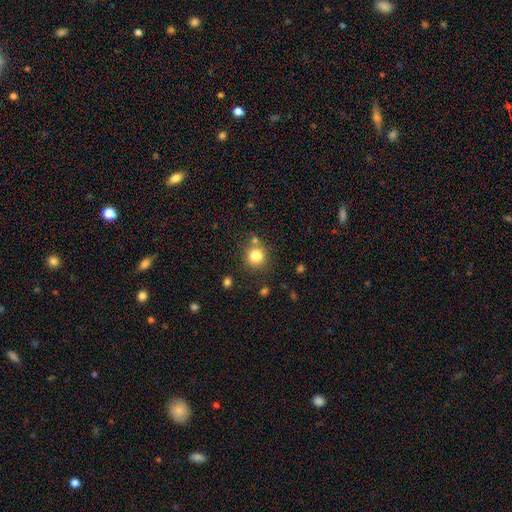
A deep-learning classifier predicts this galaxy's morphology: smooth_or_featured: smooth (p=0.81) [alt: star or artifact p=0.12]
how_rounded: round (p=0.91) [alt: in between p=0.08]
merging: none (p=0.76) [alt: merger p=0.11]